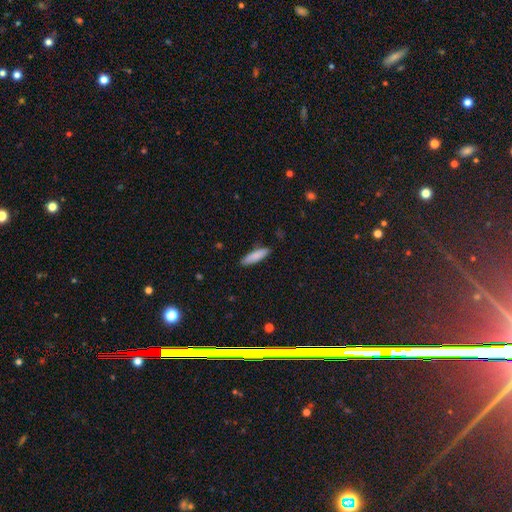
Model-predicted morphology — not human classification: This appears to be a smooth galaxy with no disk features (85%) that is cigar-shaped (68%). Merging: none (86%).